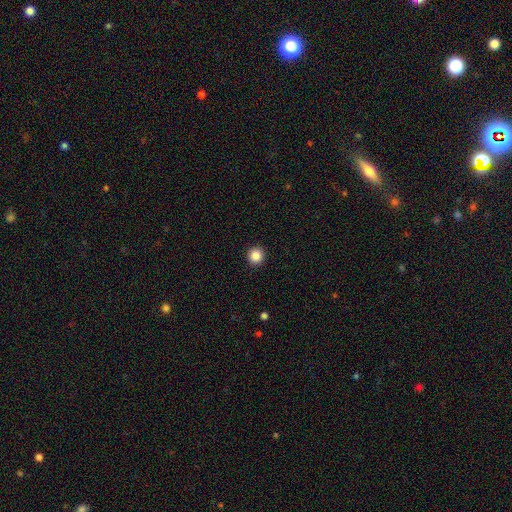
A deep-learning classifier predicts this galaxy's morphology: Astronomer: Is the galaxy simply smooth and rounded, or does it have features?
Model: smooth — 86%.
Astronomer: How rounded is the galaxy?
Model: round — 94%.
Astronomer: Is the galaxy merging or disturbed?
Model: none — 93%.